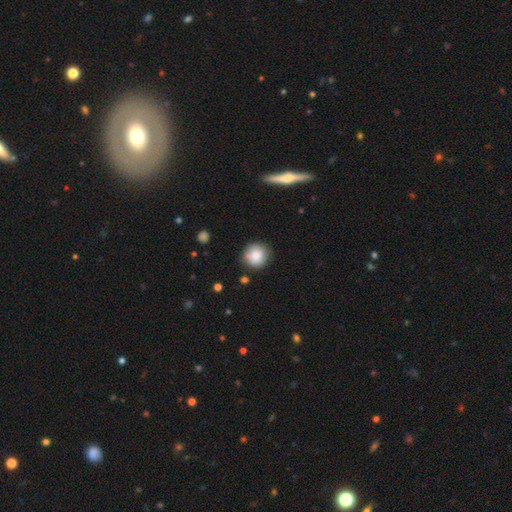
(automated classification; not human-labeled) This is clearly a smooth galaxy (84%). How rounded: clearly round (91%). Merging: clearly none (82%).